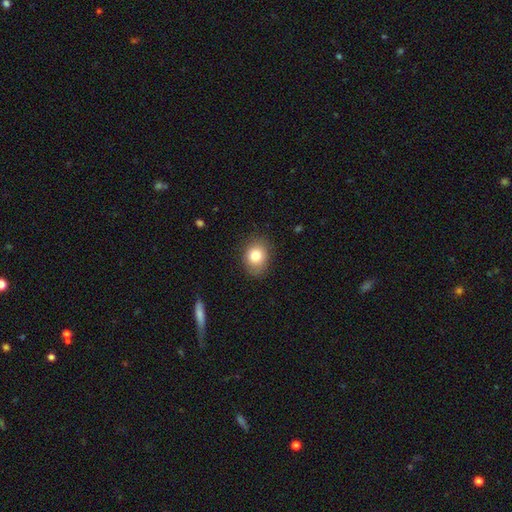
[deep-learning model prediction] A smooth galaxy with no disk features (80%) that is in between round and cigar-shaped (54%).

Vote fractions:
- Smooth or featured? smooth: 80% / featured or disk: 10% / star or artifact: 9%
- How rounded? in between: 54% / round: 45% / cigar-shaped: 1%
- Merging? none: 82% / minor disturbance: 14% / major disturbance: 3% / merger: 1%